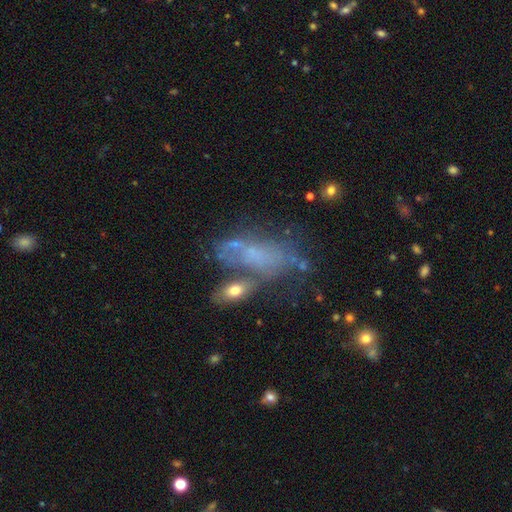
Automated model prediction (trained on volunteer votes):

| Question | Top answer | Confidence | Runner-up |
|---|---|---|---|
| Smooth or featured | featured or disk | 45% | smooth (39%) |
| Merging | none | 37% | major disturbance (21%) |